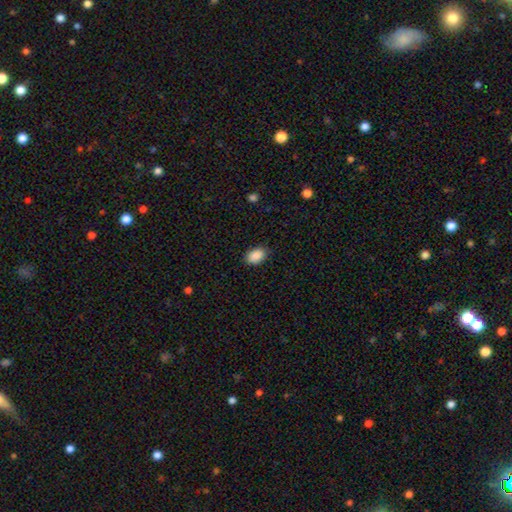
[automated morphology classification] This appears to be a smooth galaxy with no disk features (90%) that is in between round and cigar-shaped (83%). Merging: none (86%).